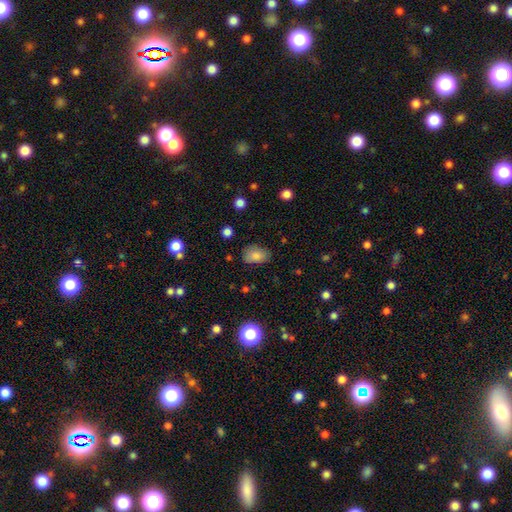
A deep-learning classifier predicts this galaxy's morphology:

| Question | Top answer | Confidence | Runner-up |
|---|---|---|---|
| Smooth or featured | smooth | 82% | star or artifact (10%) |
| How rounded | in between | 83% | round (16%) |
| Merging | none | 77% | minor disturbance (18%) |